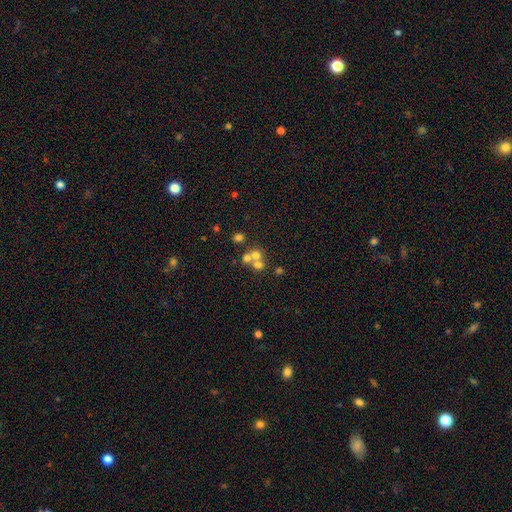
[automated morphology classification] A smooth galaxy with no disk features (59%) that is round (84%). Merging: merger (52%).